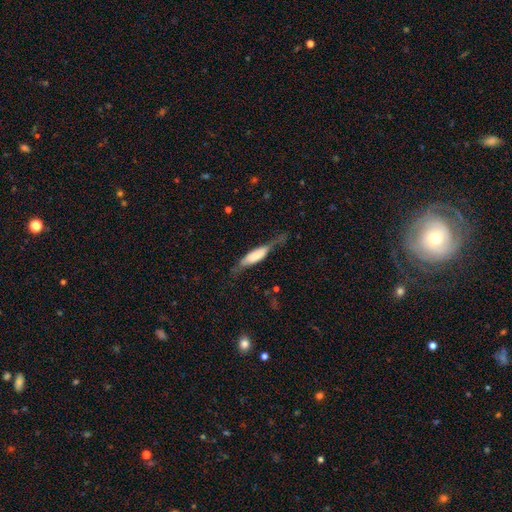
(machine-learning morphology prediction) type=smooth (47%); merging=none (48%).